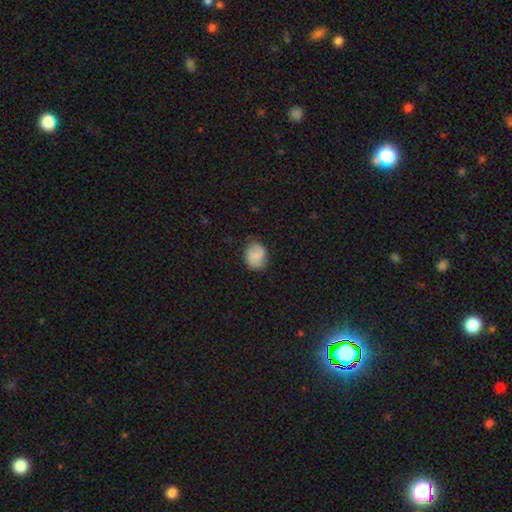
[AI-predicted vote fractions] Smooth or featured? smooth (73%)
How rounded? round (66%)
Merging? none (79%)